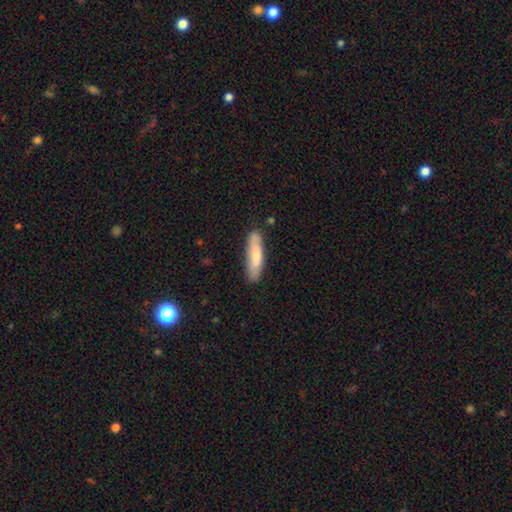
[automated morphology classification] smooth 69%, featured or disk 25%, star or artifact 5%. Down the decision tree: how rounded — cigar-shaped (72%); merging — none (82%).